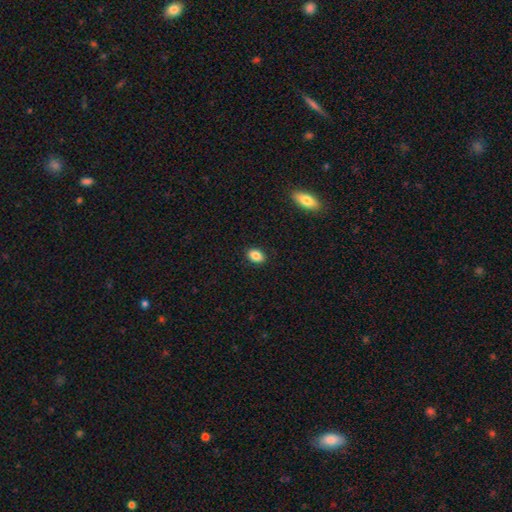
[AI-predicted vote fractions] The model was most divided on "how rounded": in between: 82%, round: 17%, cigar-shaped: 2%. More confident: merging — none (89%); smooth or featured — smooth (86%).